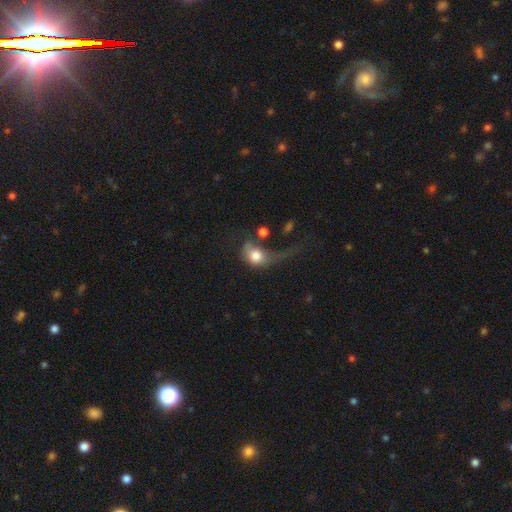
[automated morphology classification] Smooth or featured: smooth — 71% (featured or disk — 20%)
How rounded: in between — 54% (round — 43%)
Merging: major disturbance — 52% (merger — 17%)